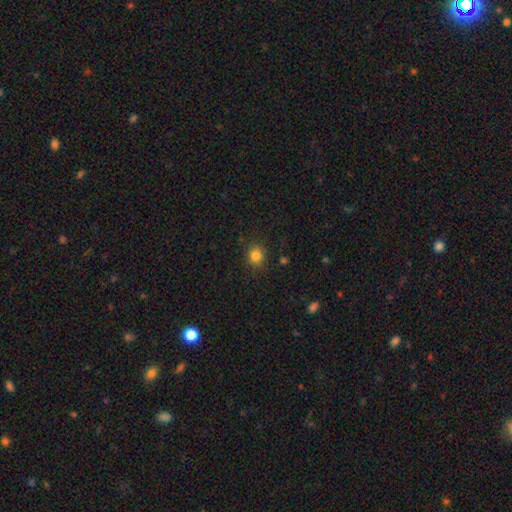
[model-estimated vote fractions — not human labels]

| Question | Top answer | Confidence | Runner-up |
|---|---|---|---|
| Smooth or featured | smooth | 83% | star or artifact (12%) |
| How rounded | round | 82% | in between (17%) |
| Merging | none | 87% | minor disturbance (9%) |